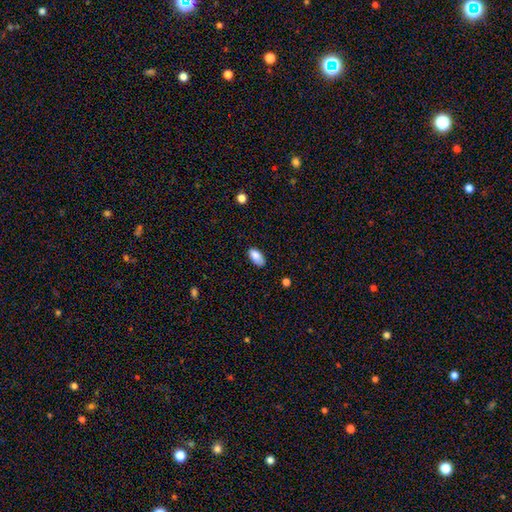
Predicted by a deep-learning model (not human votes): Smooth or featured? smooth (86%)
How rounded? in between (93%)
Merging? none (70%)